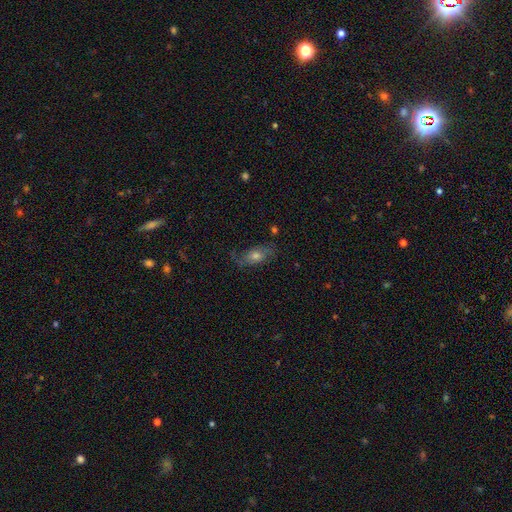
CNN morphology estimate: Smooth or featured? Predicted: featured or disk (p=0.49). Merging? Predicted: none (p=0.69).